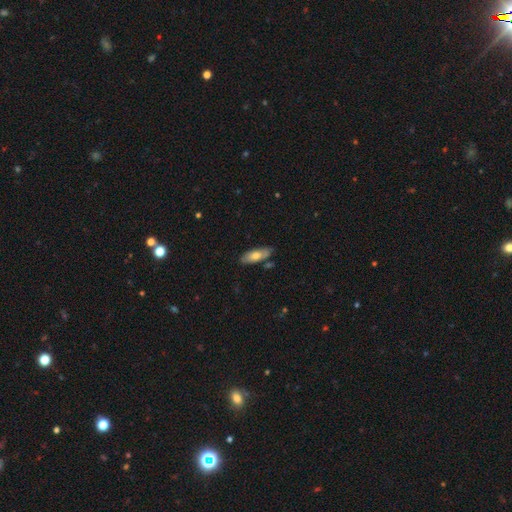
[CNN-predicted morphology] smooth-or-featured: smooth: 65% | featured or disk: 29% | star or artifact: 6%
  how-rounded: in between: 67% | cigar-shaped: 30% | round: 2%
  merging: none: 76% | minor disturbance: 16% | merger: 5% | major disturbance: 3%